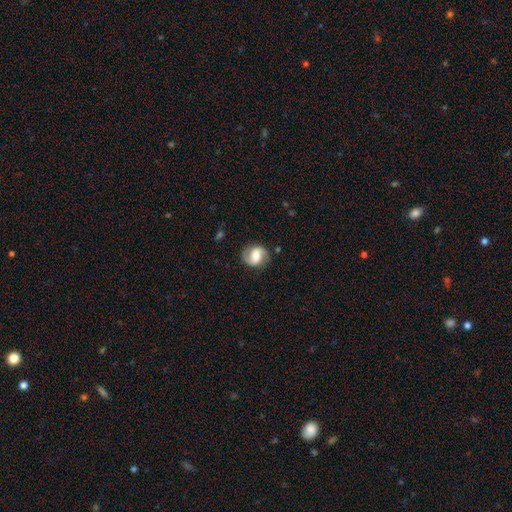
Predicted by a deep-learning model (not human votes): This appears to be a featured or disk galaxy (71%) with a weak bar (45%), 2 (91%) medium (45%) spiral arms (93%) and a moderate central bulge (45%). Merging: none (82%).